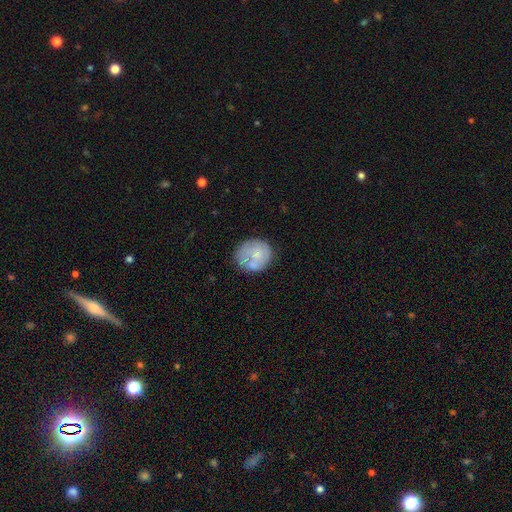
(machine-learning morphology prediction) This is possibly a smooth galaxy (51%). How rounded: likely round (79%). Merging: possibly none (56%).